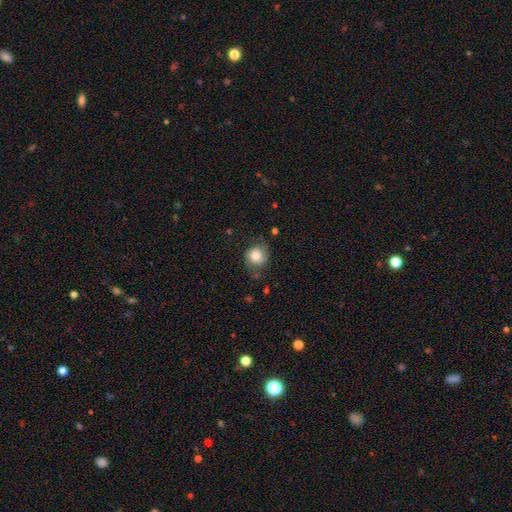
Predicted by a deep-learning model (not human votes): smooth_or_featured: smooth (p=0.75) [alt: featured or disk p=0.16]
how_rounded: round (p=0.82) [alt: in between p=0.17]
merging: none (p=0.66) [alt: minor disturbance p=0.23]